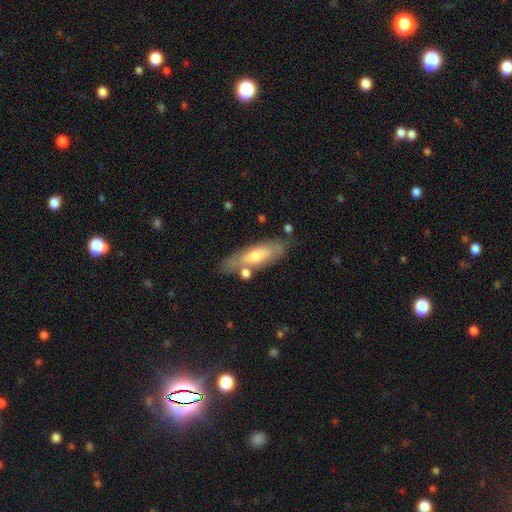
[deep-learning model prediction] smooth-or-featured: smooth: 54% | featured or disk: 40% | star or artifact: 6%
  how-rounded: in between: 52% | cigar-shaped: 46% | round: 2%
  merging: none: 69% | minor disturbance: 17% | merger: 9% | major disturbance: 5%